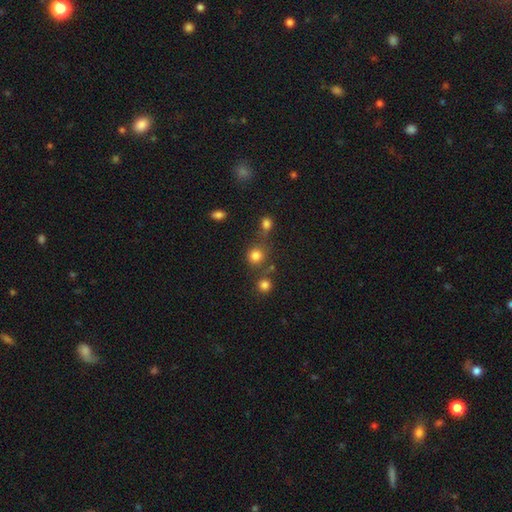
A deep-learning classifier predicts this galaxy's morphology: This appears to be a smooth galaxy with no disk features (80%) that is round (88%). Merging: none (65%).